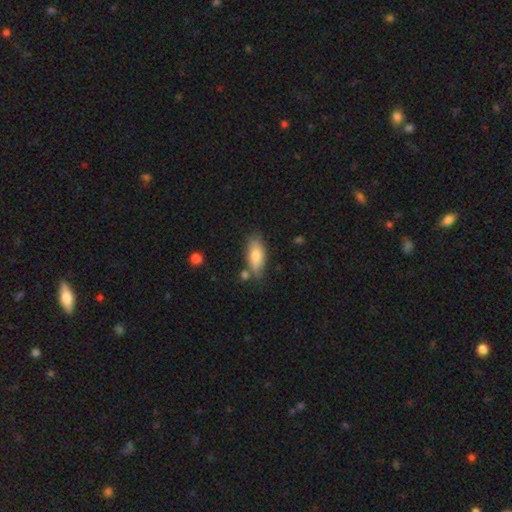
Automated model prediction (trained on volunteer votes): Q: Smooth or featured?
A: smooth (78%); runner-up: featured or disk (16%)
Q: How rounded?
A: in between (81%); runner-up: cigar-shaped (17%)
Q: Merging?
A: none (71%); runner-up: minor disturbance (17%)